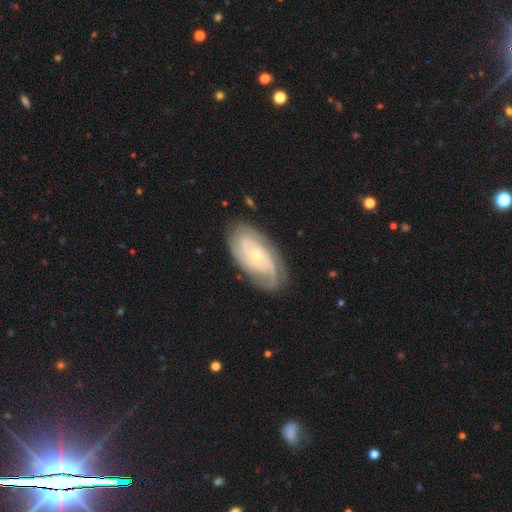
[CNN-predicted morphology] Smooth or featured? featured or disk (83%)
Edge-on disk? no (96%)
Bar? no (74%)
Spiral arms? yes (96%)
Spiral winding? tight (63%)
Spiral arm count? 2 (28%)
Bulge size? small (78%)
Merging? none (77%)